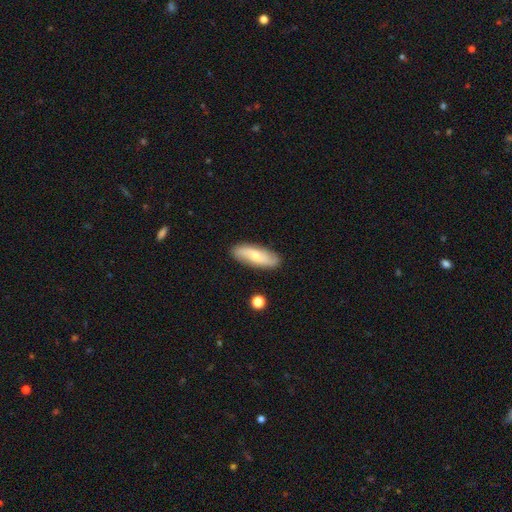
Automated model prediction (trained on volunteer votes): smooth_or_featured: smooth (p=0.48) [alt: featured or disk p=0.46]
merging: none (p=0.86) [alt: minor disturbance p=0.10]